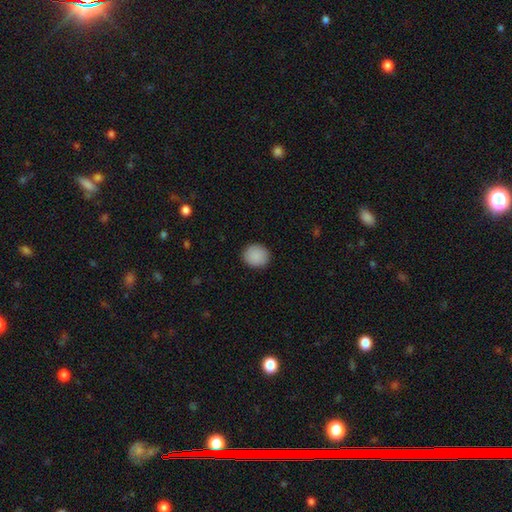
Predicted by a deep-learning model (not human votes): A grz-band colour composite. It shows a smooth galaxy with no disk features (89%) that is round (84%). Merging: none (90%).